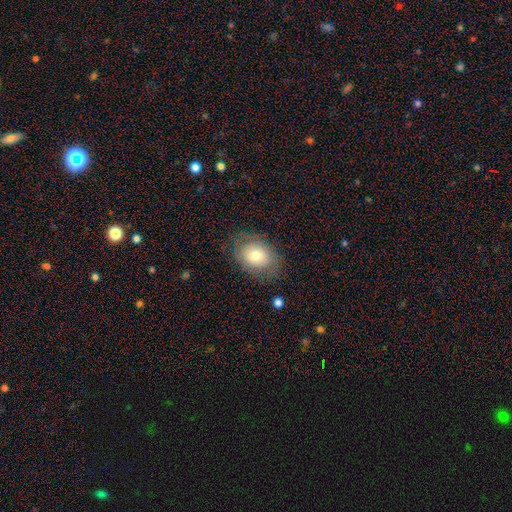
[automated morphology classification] Overall: smooth (71%). How rounded: in between (72%). Merging: none (75%).